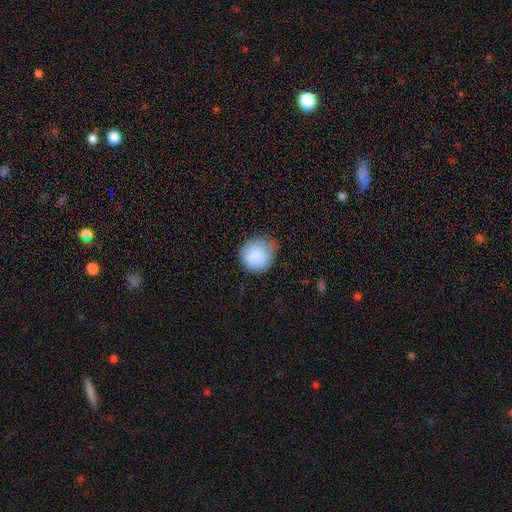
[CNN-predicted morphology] smooth 84%, featured or disk 9%, star or artifact 7%. Down the decision tree: how rounded — round (80%); merging — none (52%).